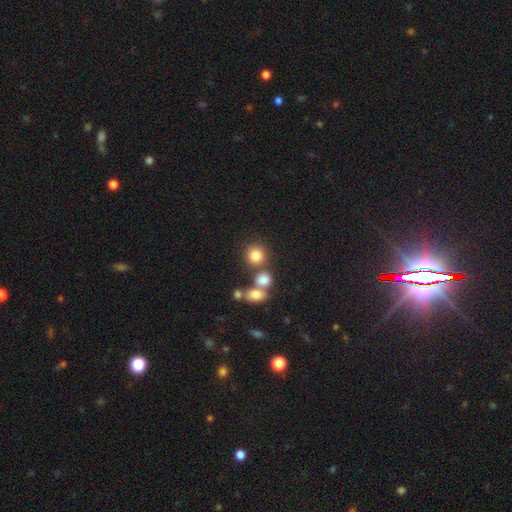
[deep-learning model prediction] A smooth galaxy with no disk features (80%) that is round (87%).

Vote fractions:
- Smooth or featured? smooth: 80% / star or artifact: 12% / featured or disk: 8%
- How rounded? round: 87% / in between: 12% / cigar-shaped: 1%
- Merging? none: 64% / merger: 22% / minor disturbance: 9% / major disturbance: 5%